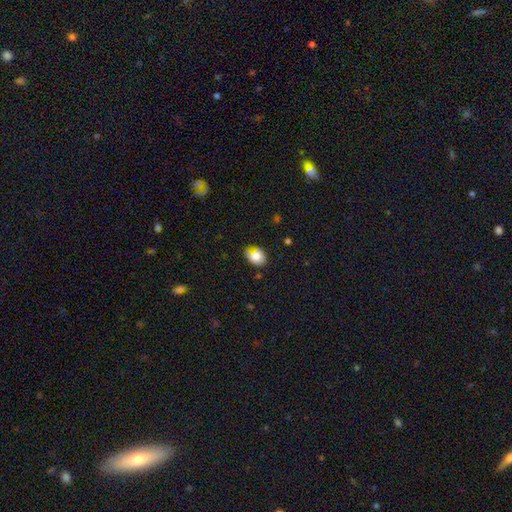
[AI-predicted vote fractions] This appears to be a smooth galaxy with no disk features (76%) that is in between round and cigar-shaped (65%). Merging: none (54%).